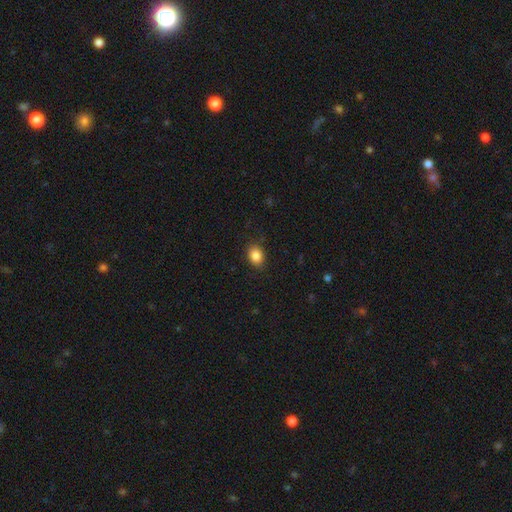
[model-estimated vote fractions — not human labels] smooth_or_featured: smooth (p=0.86) [alt: star or artifact p=0.09]
how_rounded: in between (p=0.63) [alt: round p=0.36]
merging: none (p=0.86) [alt: minor disturbance p=0.10]